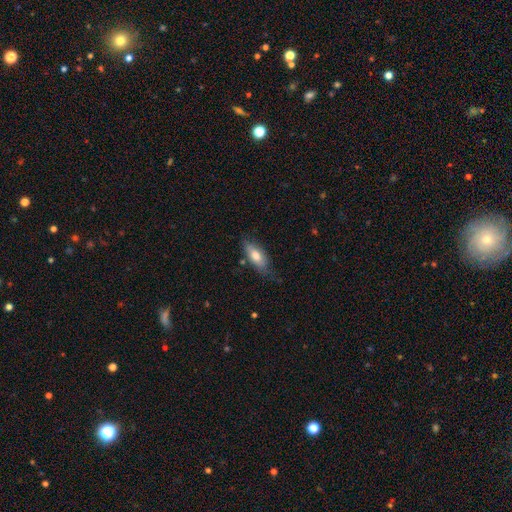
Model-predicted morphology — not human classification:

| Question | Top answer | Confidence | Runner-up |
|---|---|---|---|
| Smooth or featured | smooth | 71% | featured or disk (23%) |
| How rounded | in between | 73% | cigar-shaped (24%) |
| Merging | none | 63% | minor disturbance (28%) |